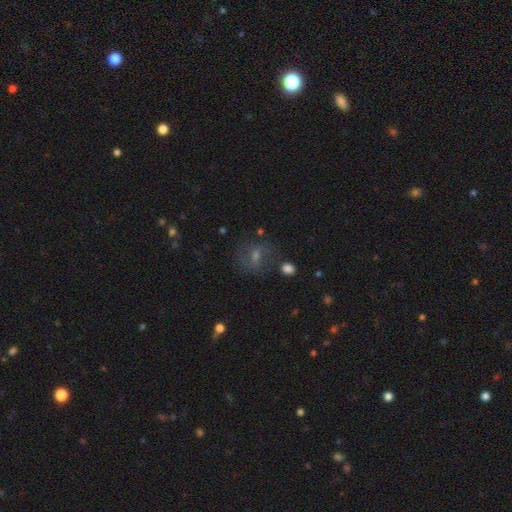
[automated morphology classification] Overall: smooth (37%; featured or disk 36%). Merging: none (72%).